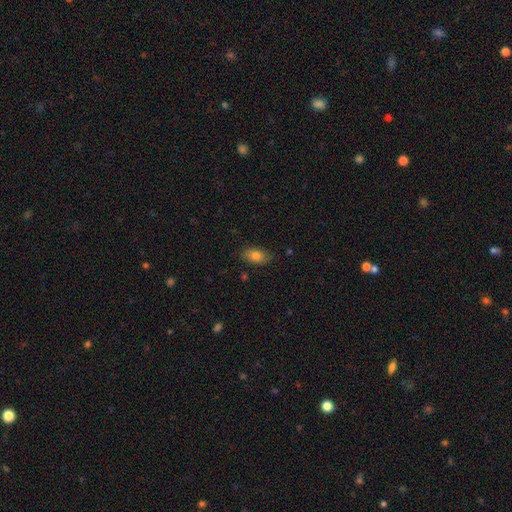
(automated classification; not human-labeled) Smooth or featured: smooth — 79% (featured or disk — 12%)
How rounded: in between — 90% (round — 8%)
Merging: none — 83% (minor disturbance — 13%)